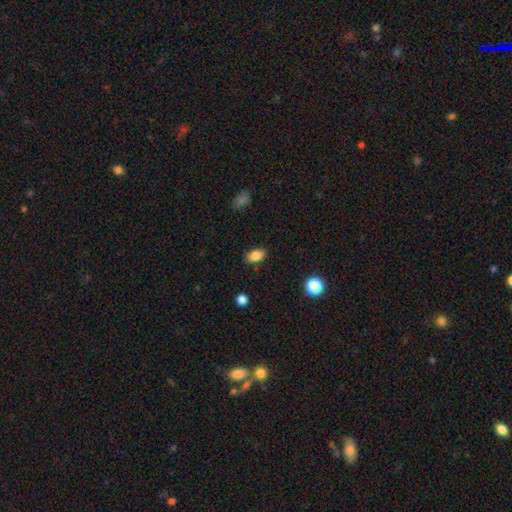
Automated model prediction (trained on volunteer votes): smooth-or-featured: smooth: 85% | star or artifact: 9% | featured or disk: 6%
  how-rounded: in between: 89% | round: 9% | cigar-shaped: 2%
  merging: none: 86% | minor disturbance: 10% | major disturbance: 3% | merger: 1%